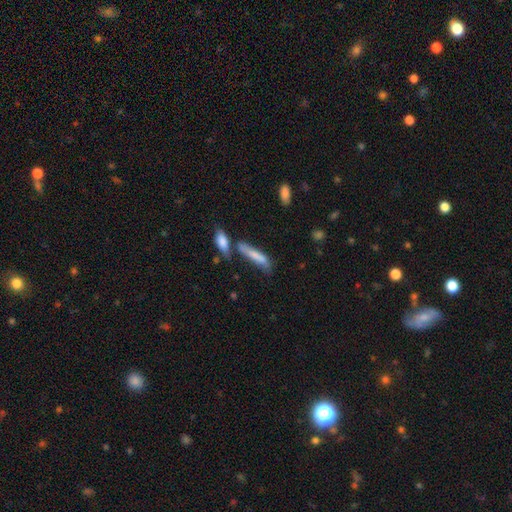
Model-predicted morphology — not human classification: smooth_or_featured: smooth (p=0.72) [alt: featured or disk p=0.20]
how_rounded: cigar-shaped (p=0.77) [alt: in between p=0.22]
merging: none (p=0.40) [alt: merger p=0.30]